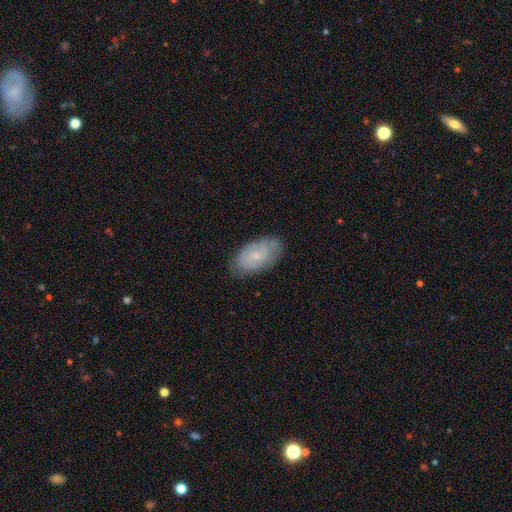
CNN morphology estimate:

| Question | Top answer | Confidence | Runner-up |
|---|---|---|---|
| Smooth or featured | smooth | 53% | featured or disk (40%) |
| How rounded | in between | 93% | round (4%) |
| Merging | none | 77% | minor disturbance (18%) |